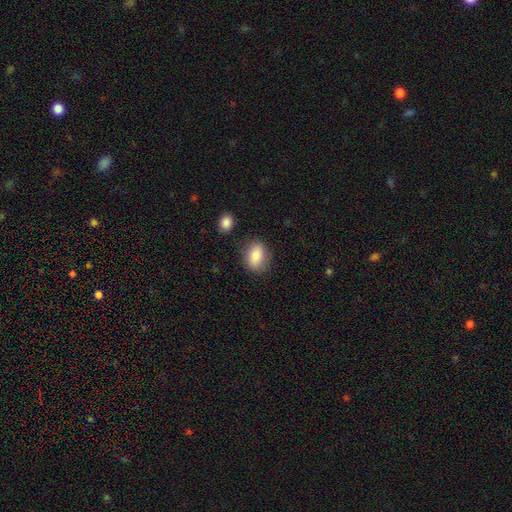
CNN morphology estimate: Smooth or featured? Predicted: smooth (p=0.84). How rounded? Predicted: in between (p=0.75). Merging? Predicted: none (p=0.79).